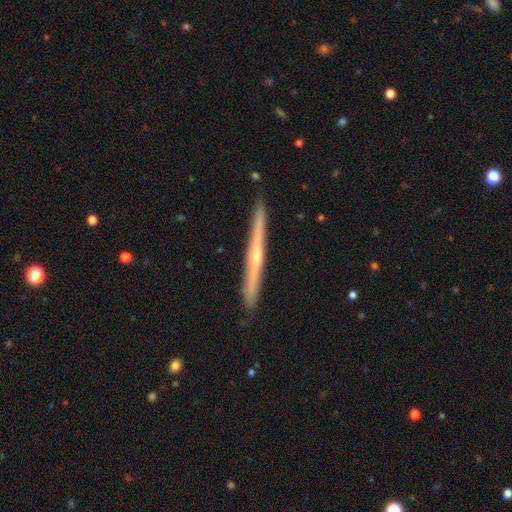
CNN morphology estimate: Smooth or featured? Predicted: featured or disk (p=0.69). Edge-on disk? Predicted: yes (p=0.98). Edge-on bulge? Predicted: rounded (p=0.63). Merging? Predicted: none (p=0.91).